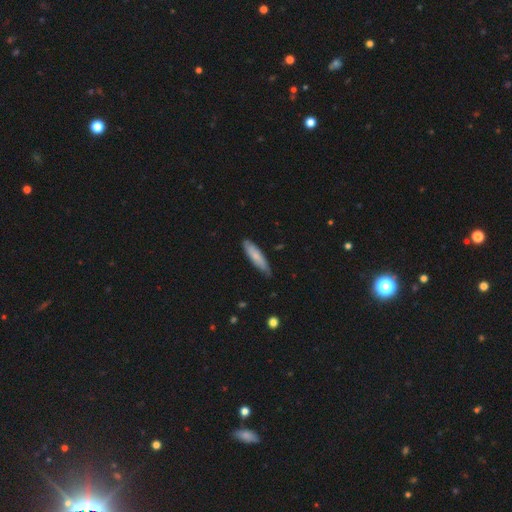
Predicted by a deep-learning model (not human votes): A smooth galaxy with no disk features (71%) that is cigar-shaped (75%). Merging: none (74%).